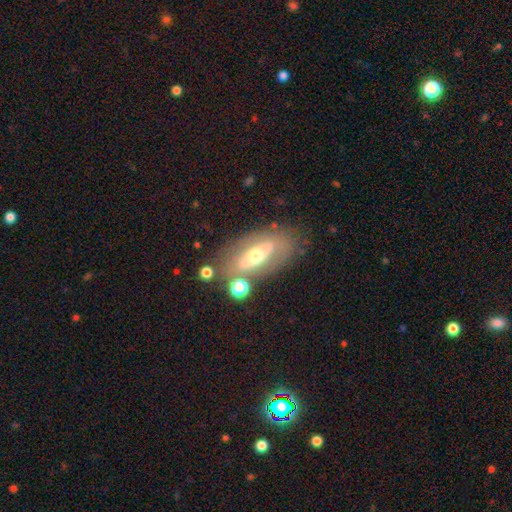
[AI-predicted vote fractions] Smooth or featured: featured or disk — 60% (smooth — 32%)
Edge-on disk: no — 78% (yes — 22%)
Merging: none — 69% (minor disturbance — 16%)